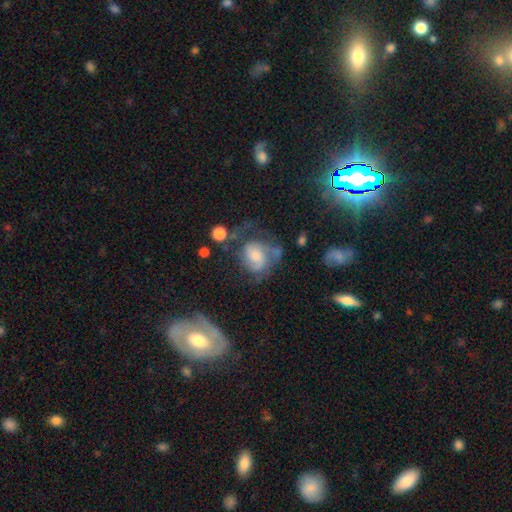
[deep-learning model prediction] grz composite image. It shows a featured or disk galaxy (68%) with no bar (61%), 2 (59%) medium (44%) spiral arms (88%) and a moderate central bulge (43%). Merging: none (49%).